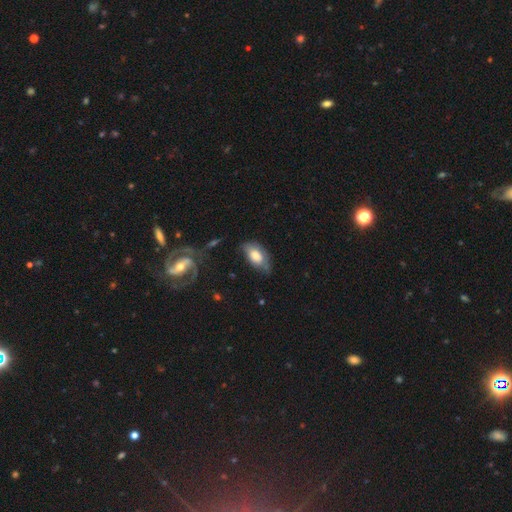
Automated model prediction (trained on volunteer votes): A smooth galaxy with no disk features (65%) that is in between round and cigar-shaped (92%).

Vote fractions:
- Smooth or featured? smooth: 65% / featured or disk: 28% / star or artifact: 7%
- How rounded? in between: 92% / round: 5% / cigar-shaped: 3%
- Merging? none: 45% / minor disturbance: 36% / major disturbance: 15% / merger: 4%